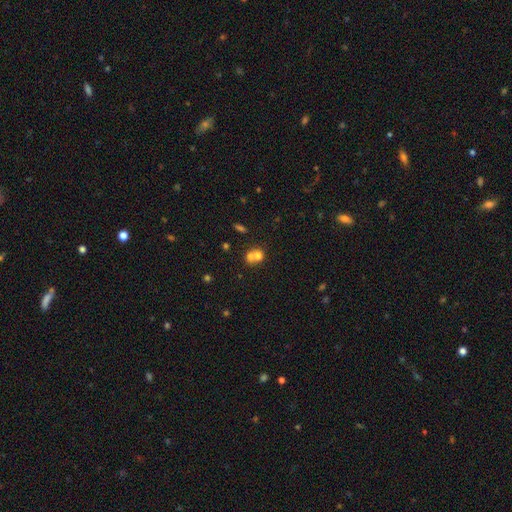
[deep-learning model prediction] This is likely a smooth galaxy (67%). How rounded: likely round (71%). Merging: likely merger (64%).